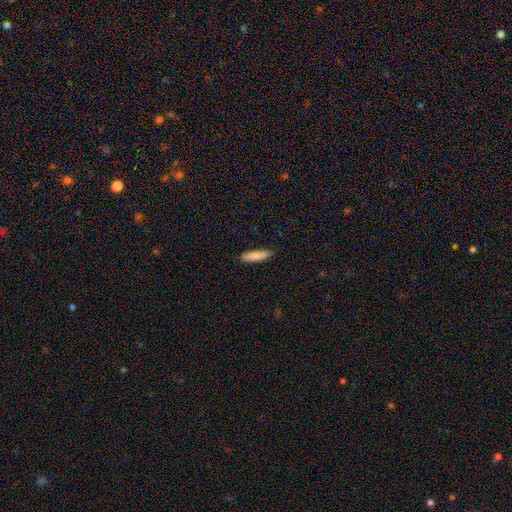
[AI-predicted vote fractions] Morphology: type=smooth (86%); roundness=cigar-shaped (72%); merging=none (89%).